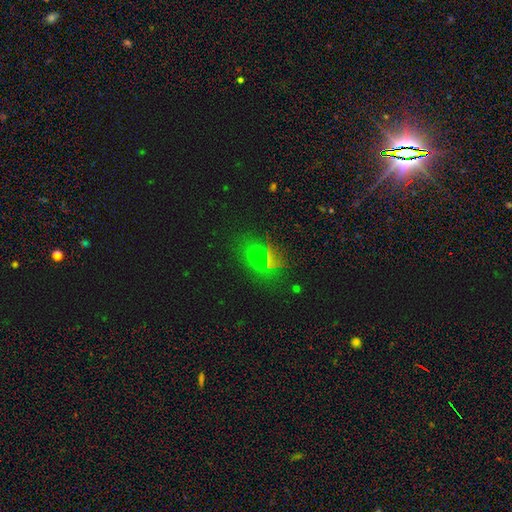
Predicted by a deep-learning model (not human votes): Smooth or featured: smooth — 49% (star or artifact — 38%)
Merging: none — 71% (minor disturbance — 16%)